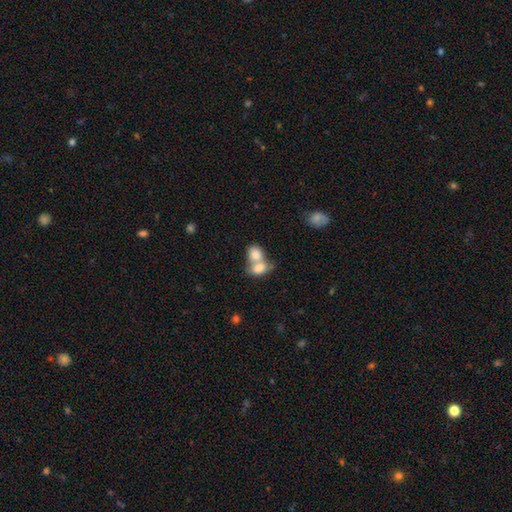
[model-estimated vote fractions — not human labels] smooth 78%, featured or disk 14%, star or artifact 8%. Down the decision tree: how rounded — in between (66%); merging — merger (71%).